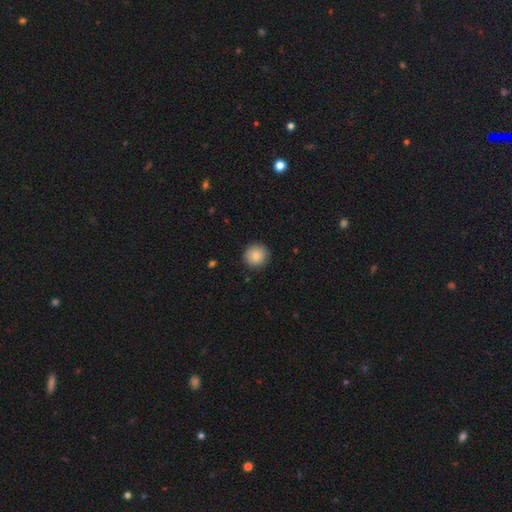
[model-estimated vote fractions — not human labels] Smooth or featured? smooth (86%)
How rounded? round (94%)
Merging? none (90%)